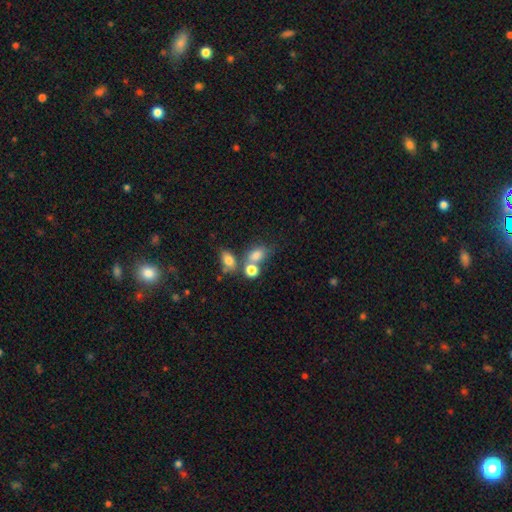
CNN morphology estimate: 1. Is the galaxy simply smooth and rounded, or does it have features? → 77% smooth, 12% star or artifact, 11% featured or disk.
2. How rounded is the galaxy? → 71% in between, 26% round, 2% cigar-shaped.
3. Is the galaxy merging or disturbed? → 40% merger (tied), 40% none (tied), 12% minor disturbance, 7% major disturbance.